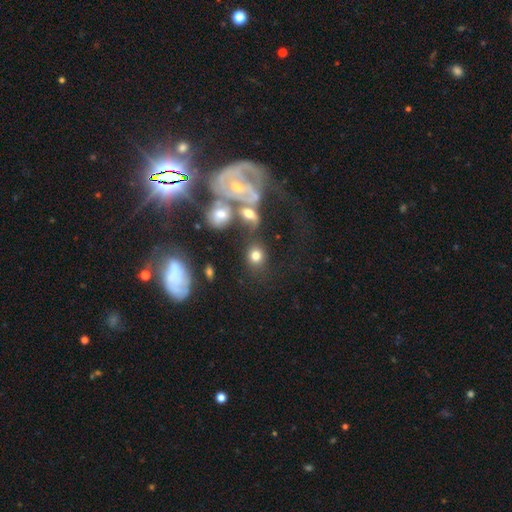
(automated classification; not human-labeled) A smooth galaxy with no disk features (74%) that is round (67%). Merging: none (57%).